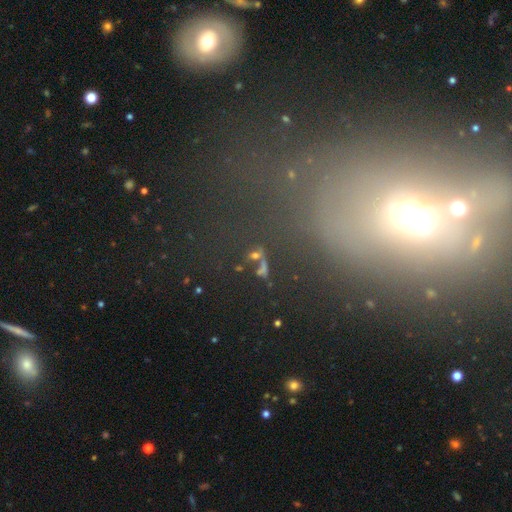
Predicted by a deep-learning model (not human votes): Smooth or featured: star or artifact — 42% (smooth — 40%)